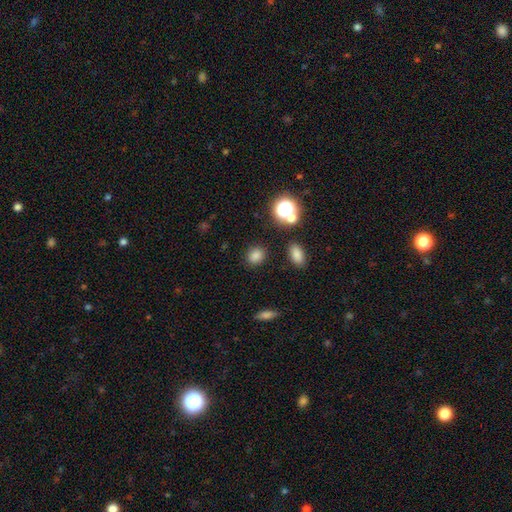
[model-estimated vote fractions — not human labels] This is likely a smooth galaxy (79%). How rounded: likely round (71%). Merging: clearly none (86%).